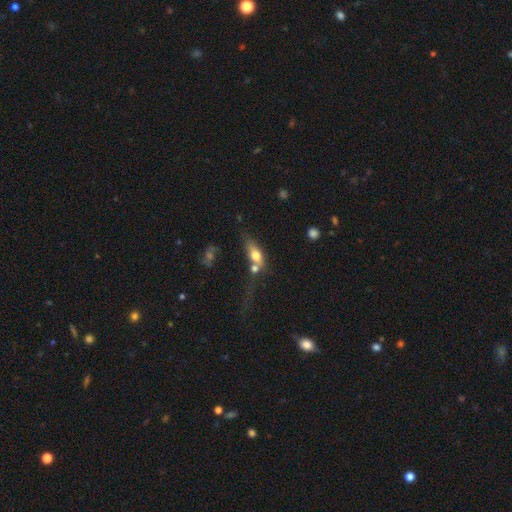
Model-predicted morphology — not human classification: Smooth or featured? Predicted: smooth (p=0.63). How rounded? Predicted: in between (p=0.69). Merging? Predicted: merger (p=0.41).